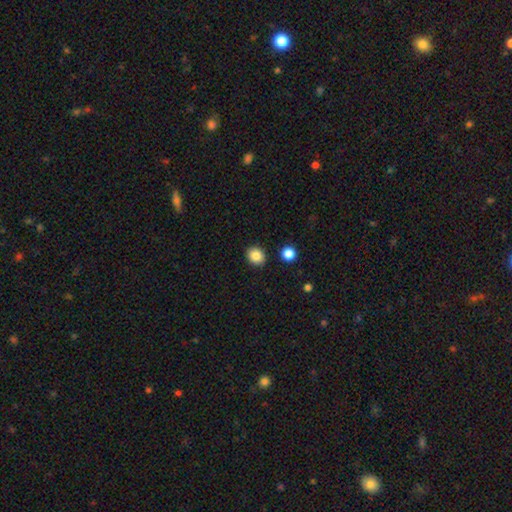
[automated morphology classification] type=smooth (86%); roundness=round (69%); merging=none (89%).